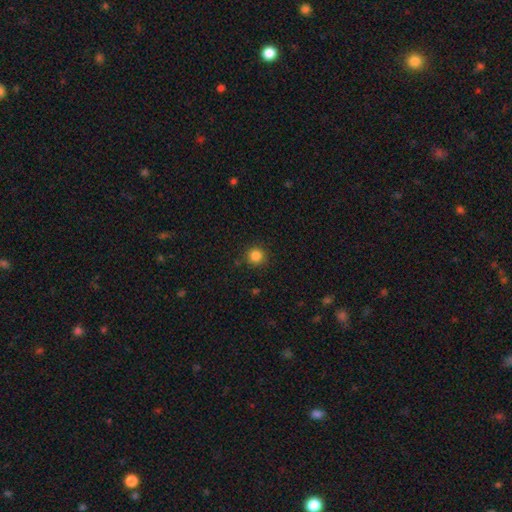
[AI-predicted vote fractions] This is clearly a smooth galaxy (85%). How rounded: clearly round (93%). Merging: clearly none (87%).